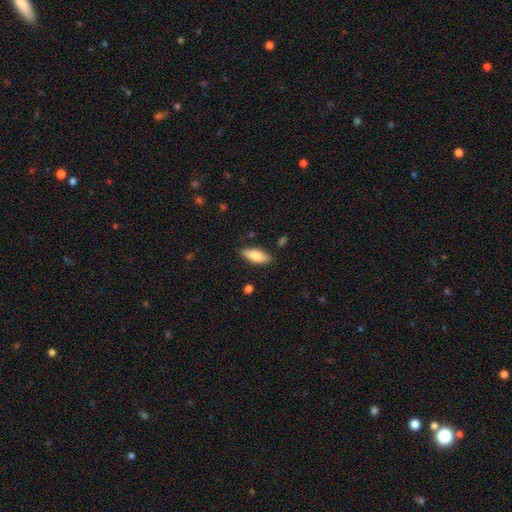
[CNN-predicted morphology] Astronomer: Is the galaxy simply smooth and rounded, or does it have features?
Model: smooth — 78%.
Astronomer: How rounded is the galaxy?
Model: in between — 74%.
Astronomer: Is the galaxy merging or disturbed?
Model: none — 84%.